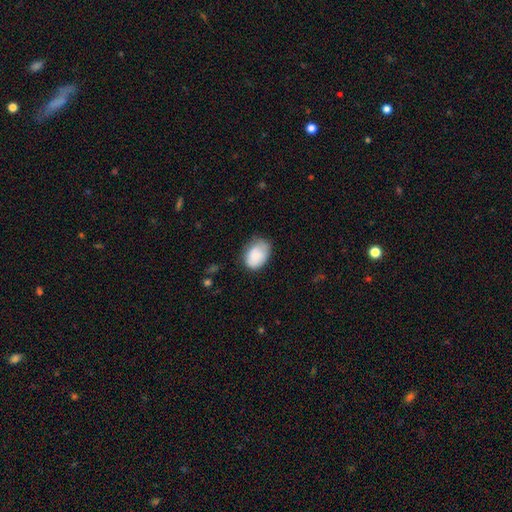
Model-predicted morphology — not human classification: This appears to be a smooth galaxy with no disk features (84%) that is in between round and cigar-shaped (80%). Merging: none (62%).